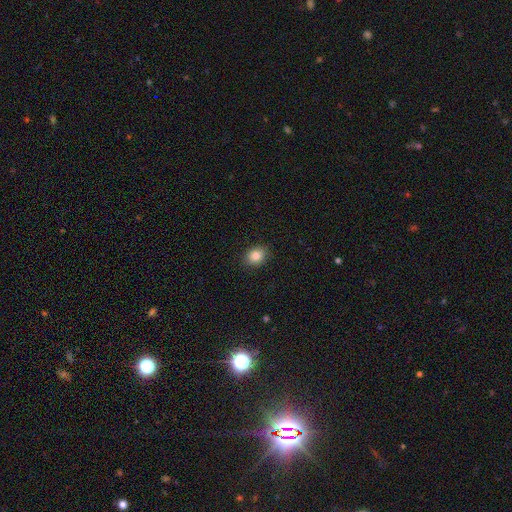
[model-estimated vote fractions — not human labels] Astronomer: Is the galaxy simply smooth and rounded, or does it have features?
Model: smooth — 85%.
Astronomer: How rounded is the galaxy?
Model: round — 51% (runner-up: in between, 48%).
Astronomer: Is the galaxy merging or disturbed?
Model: none — 89%.